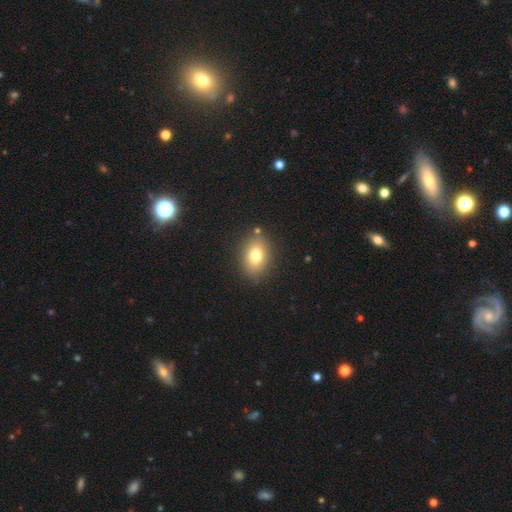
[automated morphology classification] type=smooth (78%); roundness=in between (74%); merging=none (85%).